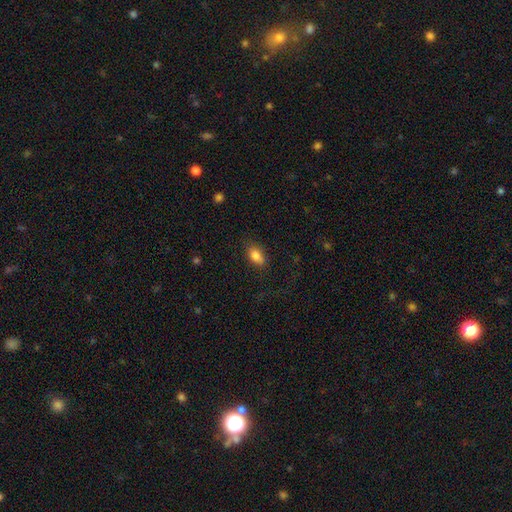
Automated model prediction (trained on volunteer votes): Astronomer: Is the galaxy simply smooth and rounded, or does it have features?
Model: smooth — 84%.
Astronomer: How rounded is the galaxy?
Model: in between — 87%.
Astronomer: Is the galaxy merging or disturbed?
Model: none — 76%.